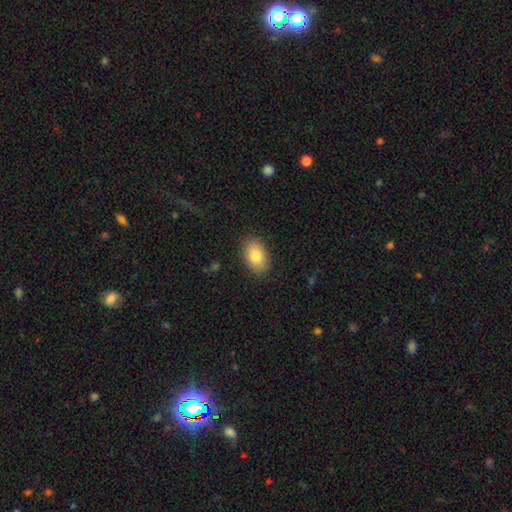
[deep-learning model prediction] smooth-or-featured: smooth: 83% | featured or disk: 10% | star or artifact: 7%
  how-rounded: in between: 90% | round: 9% | cigar-shaped: 1%
  merging: none: 87% | minor disturbance: 9% | major disturbance: 2% | merger: 1%